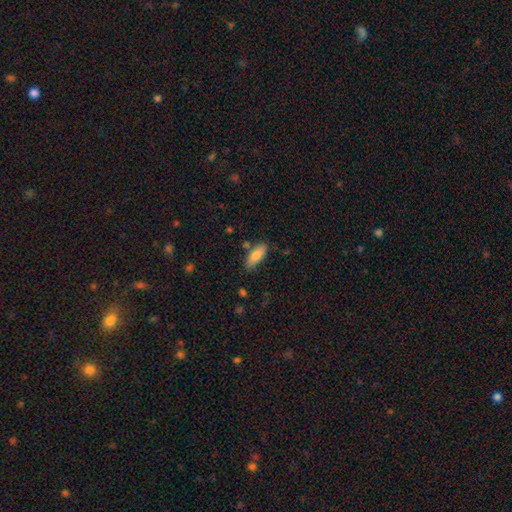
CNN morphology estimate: A smooth galaxy with no disk features (81%) that is in between round and cigar-shaped (77%). Merging: none (77%).